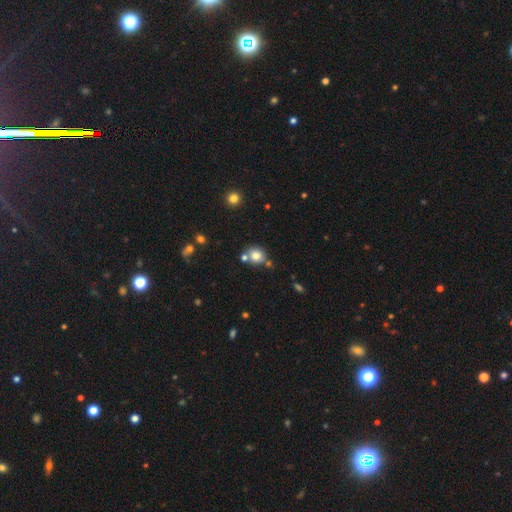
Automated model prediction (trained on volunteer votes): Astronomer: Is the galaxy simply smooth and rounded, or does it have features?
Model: smooth — 79%.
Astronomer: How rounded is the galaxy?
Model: round — 77%.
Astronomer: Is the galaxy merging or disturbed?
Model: none — 62%.